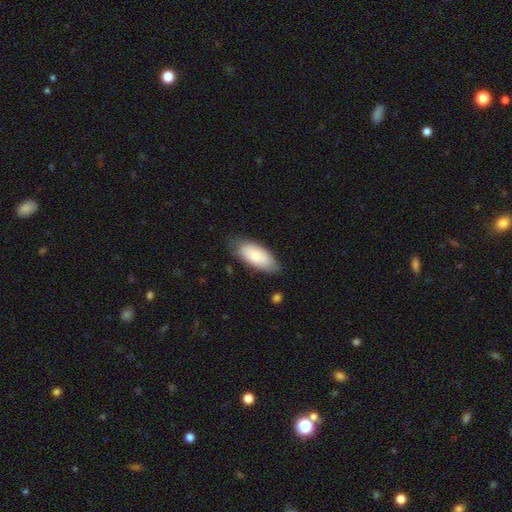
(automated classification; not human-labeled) A smooth galaxy with no disk features (73%) that is in between round and cigar-shaped (89%). Merging: none (75%).